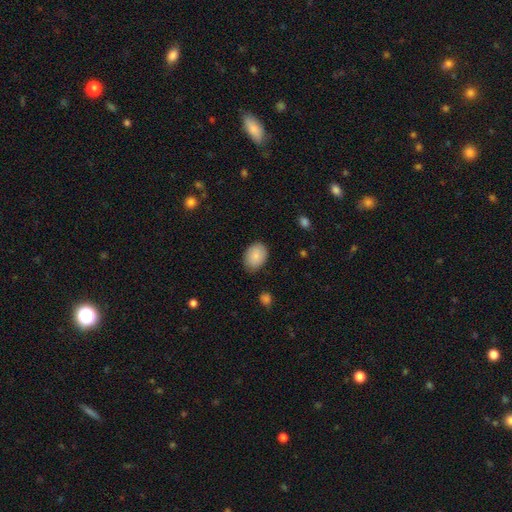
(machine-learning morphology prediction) Q: Smooth or featured?
A: smooth (86%); runner-up: star or artifact (7%)
Q: How rounded?
A: in between (75%); runner-up: round (24%)
Q: Merging?
A: none (79%); runner-up: minor disturbance (16%)